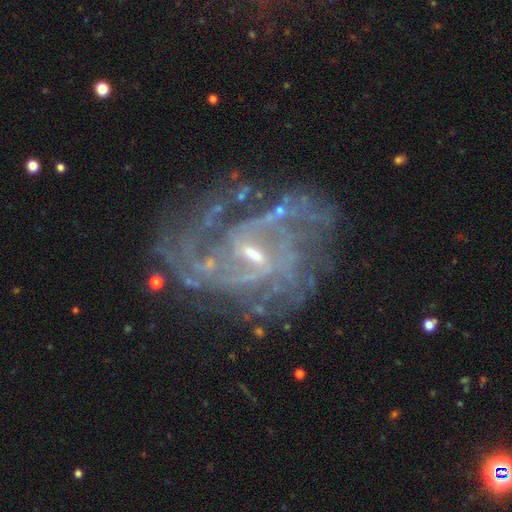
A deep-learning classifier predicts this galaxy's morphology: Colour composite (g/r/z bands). It shows a featured or disk galaxy (88%) with a weak bar (57%), medium (44%) spiral arms (96%) and a small central bulge (68%). Merging: none (66%).